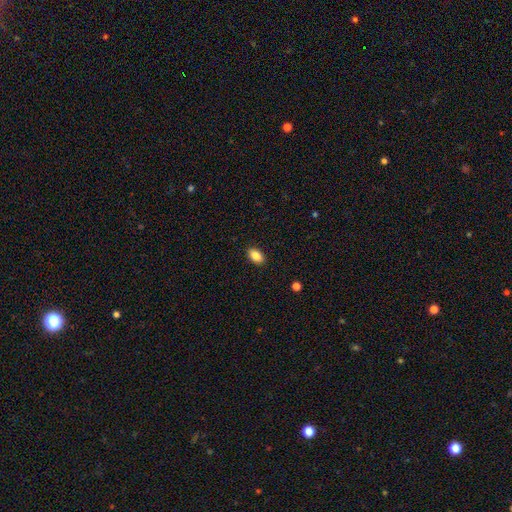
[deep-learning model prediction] Smooth or featured: smooth — 87% (star or artifact — 8%)
How rounded: in between — 91% (round — 7%)
Merging: none — 90% (minor disturbance — 8%)